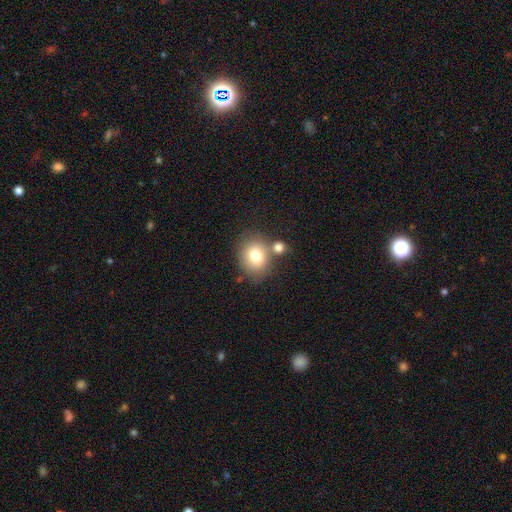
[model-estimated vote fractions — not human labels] This is likely a smooth galaxy (77%). How rounded: likely round (62%). Merging: likely none (62%).